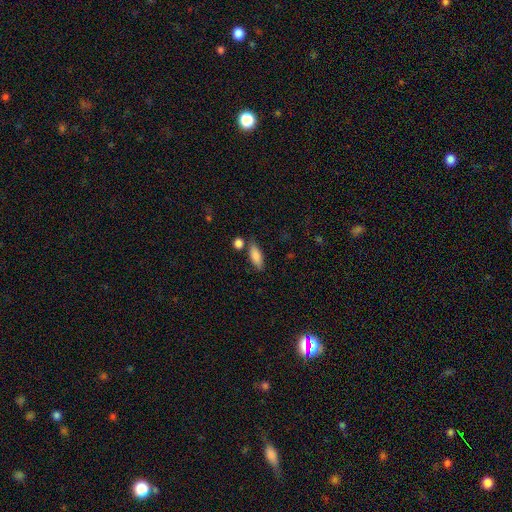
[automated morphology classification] A smooth galaxy with no disk features (84%) that is in between round and cigar-shaped (69%).

Vote fractions:
- Smooth or featured? smooth: 84% / featured or disk: 9% / star or artifact: 7%
- How rounded? in between: 69% / cigar-shaped: 28% / round: 3%
- Merging? none: 74% / minor disturbance: 13% / merger: 10% / major disturbance: 3%